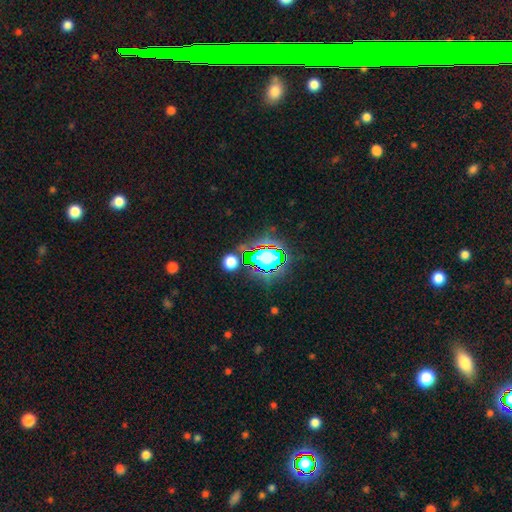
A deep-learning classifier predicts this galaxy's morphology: A star or artifact, not a galaxy (78%).